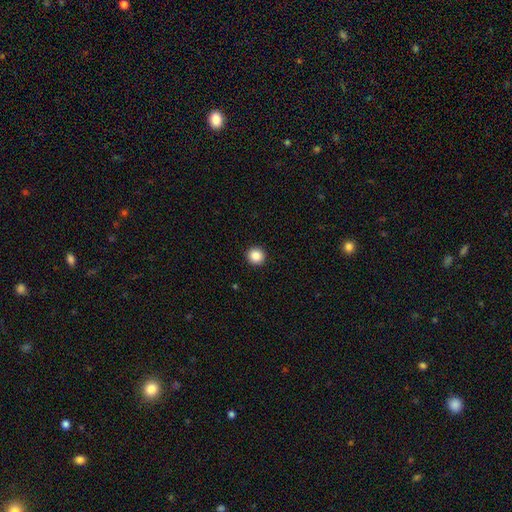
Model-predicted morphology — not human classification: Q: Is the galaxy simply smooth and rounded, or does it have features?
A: smooth — 87%.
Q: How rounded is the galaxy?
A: round — 95%.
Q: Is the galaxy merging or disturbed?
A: none — 94%.